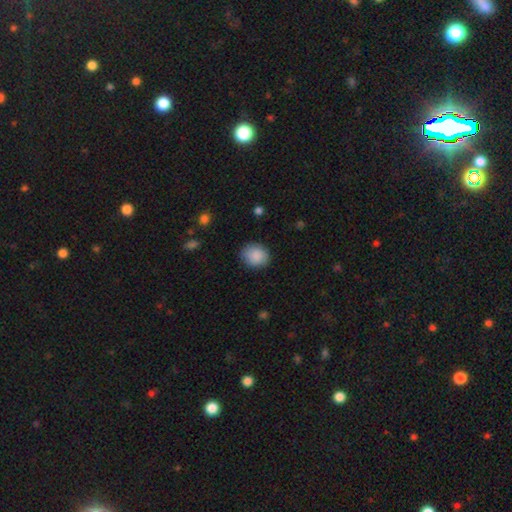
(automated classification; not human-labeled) smooth-or-featured: smooth: 89% | star or artifact: 7% | featured or disk: 4%
  how-rounded: round: 72% | in between: 28% | cigar-shaped: 1%
  merging: none: 84% | minor disturbance: 12% | major disturbance: 3% | merger: 1%